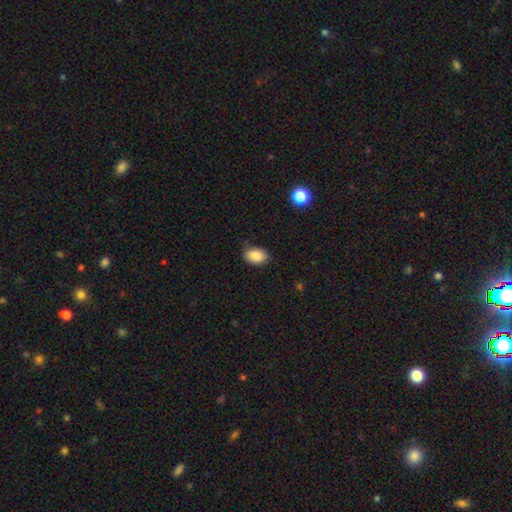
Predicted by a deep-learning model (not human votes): Smooth or featured?
  - smooth: 87% *
  - star or artifact: 8%
  - featured or disk: 5%
How rounded?
  - in between: 85% *
  - round: 13%
  - cigar-shaped: 1%
Merging?
  - none: 79% *
  - minor disturbance: 16%
  - major disturbance: 3%
  - merger: 1%